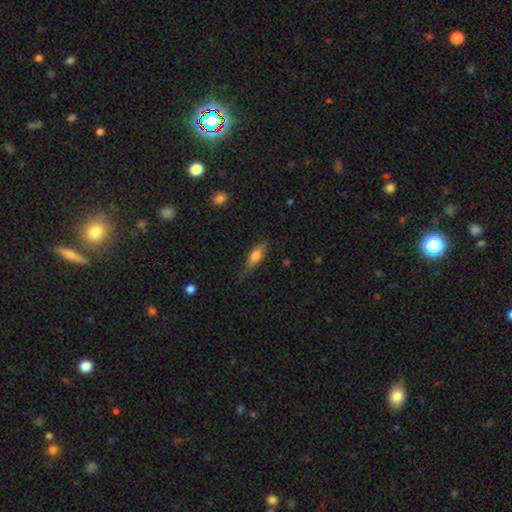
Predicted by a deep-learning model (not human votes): Overall: smooth (61%; featured or disk 32%). How rounded: in between (53%; cigar-shaped 43%). Merging: none (68%).